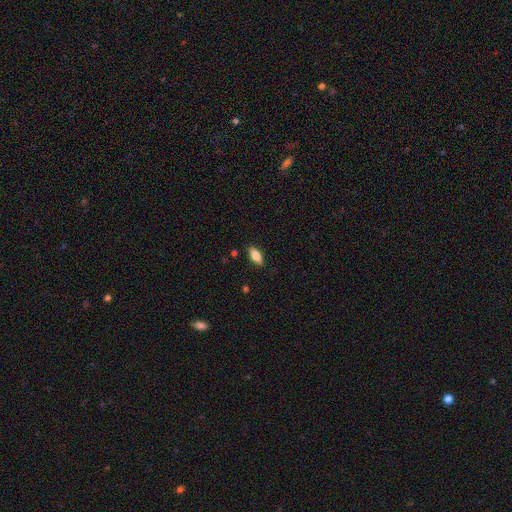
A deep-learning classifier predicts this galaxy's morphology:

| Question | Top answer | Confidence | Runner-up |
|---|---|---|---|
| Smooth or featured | smooth | 75% | featured or disk (18%) |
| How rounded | in between | 83% | cigar-shaped (14%) |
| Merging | none | 87% | minor disturbance (10%) |